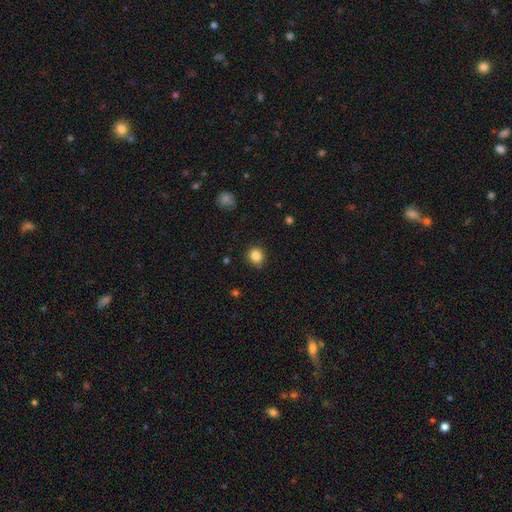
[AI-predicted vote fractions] smooth_or_featured: smooth (p=0.85) [alt: star or artifact p=0.11]
how_rounded: round (p=0.86) [alt: in between p=0.13]
merging: none (p=0.85) [alt: minor disturbance p=0.11]